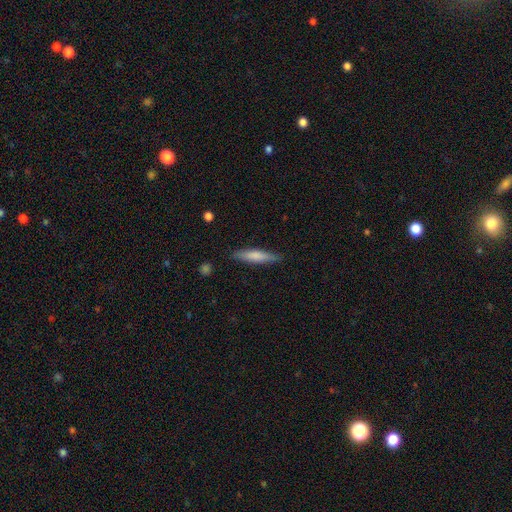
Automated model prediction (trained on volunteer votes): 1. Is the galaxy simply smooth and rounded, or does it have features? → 70% smooth, 24% featured or disk, 6% star or artifact.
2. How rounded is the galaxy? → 86% cigar-shaped, 13% in between, 1% round.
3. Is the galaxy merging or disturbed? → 86% none, 10% minor disturbance, 2% major disturbance, 1% merger.